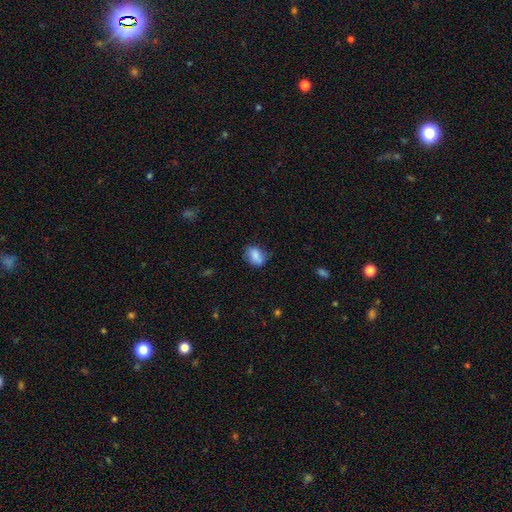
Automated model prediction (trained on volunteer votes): Q: Smooth or featured?
A: smooth (79%); runner-up: featured or disk (12%)
Q: How rounded?
A: in between (73%); runner-up: round (25%)
Q: Merging?
A: none (64%); runner-up: minor disturbance (27%)